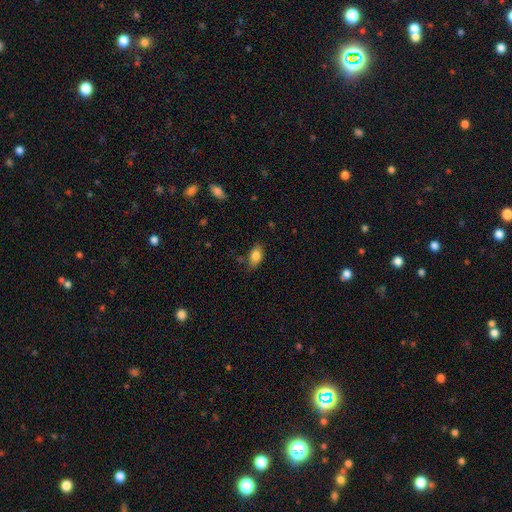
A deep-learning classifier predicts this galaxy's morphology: A smooth galaxy with no disk features (83%) that is in between round and cigar-shaped (90%). Merging: none (74%).